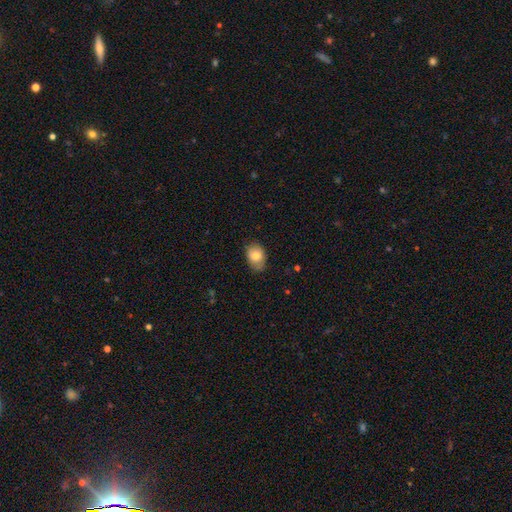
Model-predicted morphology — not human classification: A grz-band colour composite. It shows a smooth galaxy with no disk features (78%) that is in between round and cigar-shaped (71%). Merging: none (69%).